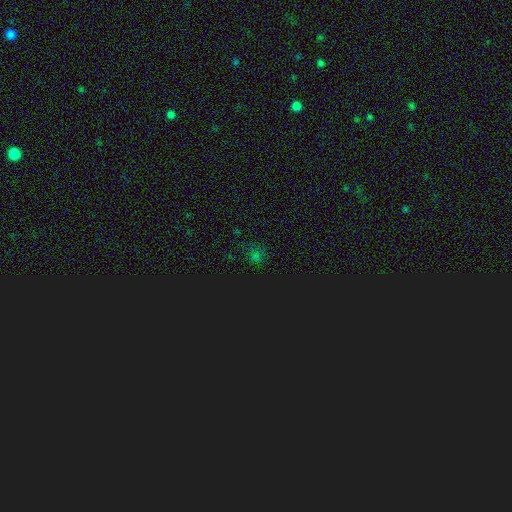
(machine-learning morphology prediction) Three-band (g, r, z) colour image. It shows a star or artifact, not a galaxy (53%).